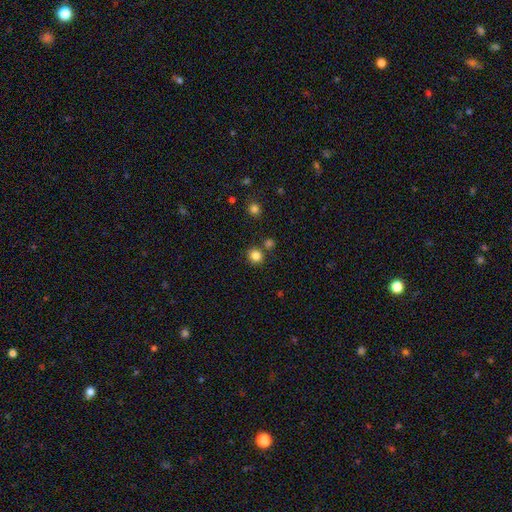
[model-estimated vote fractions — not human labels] Morphology: type=smooth (83%); roundness=round (89%); merging=none (80%).